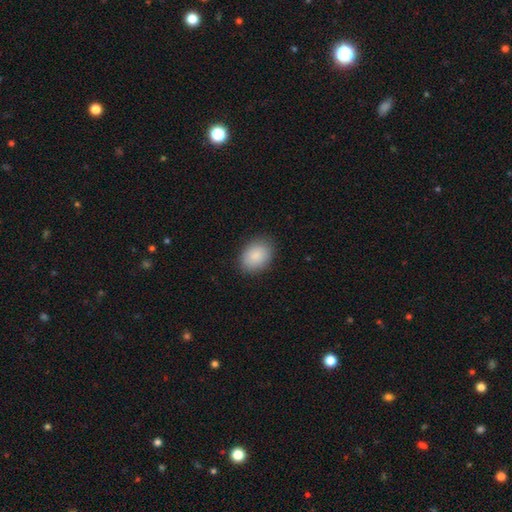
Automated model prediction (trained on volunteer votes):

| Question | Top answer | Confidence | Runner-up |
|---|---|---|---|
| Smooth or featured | smooth | 88% | star or artifact (6%) |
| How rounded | in between | 71% | round (28%) |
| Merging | none | 86% | minor disturbance (10%) |